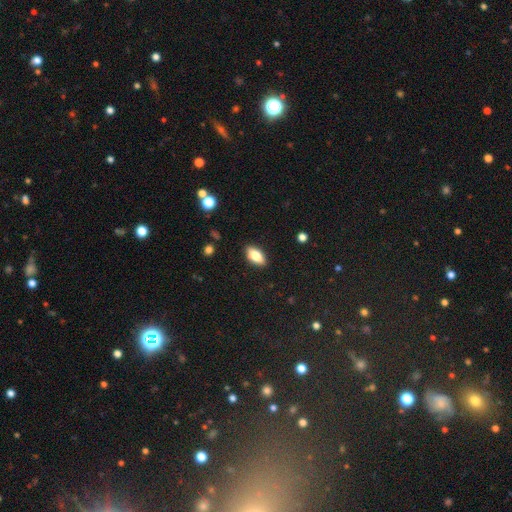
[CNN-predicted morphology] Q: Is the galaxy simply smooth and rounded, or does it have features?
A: smooth — 76%.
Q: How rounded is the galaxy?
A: in between — 86%.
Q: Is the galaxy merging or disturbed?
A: none — 87%.